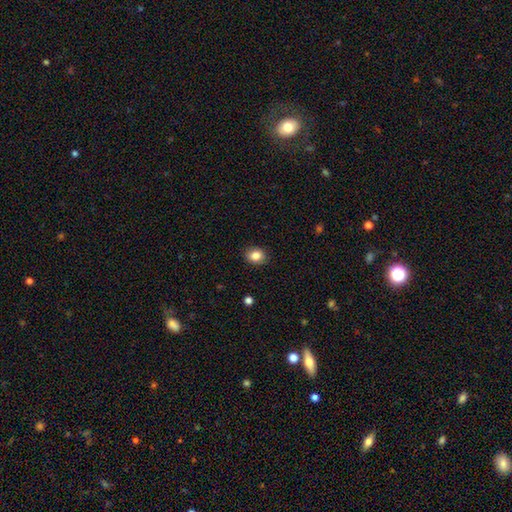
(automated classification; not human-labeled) A smooth galaxy with no disk features (84%) that is round (51%). Merging: none (89%).